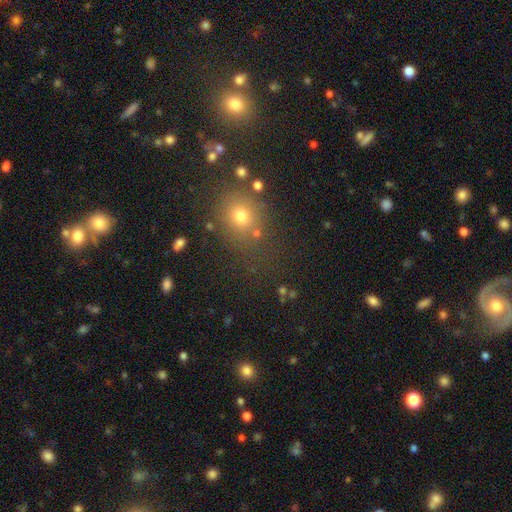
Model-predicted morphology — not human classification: Smooth or featured?
  - smooth: 52% *
  - star or artifact: 35%
  - featured or disk: 13%
How rounded?
  - round: 72% *
  - in between: 26%
  - cigar-shaped: 2%
Merging?
  - none: 78% *
  - minor disturbance: 11%
  - major disturbance: 5%
  - merger: 5%